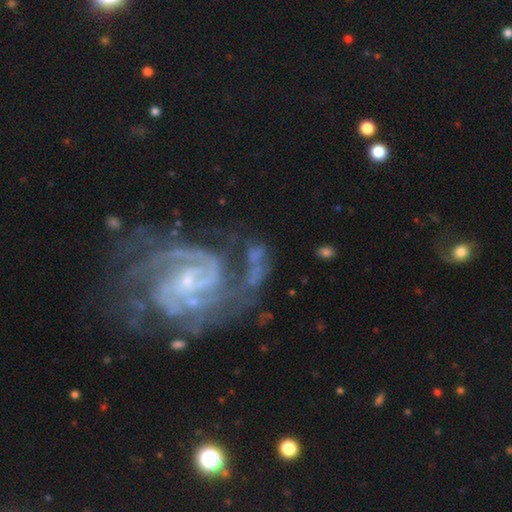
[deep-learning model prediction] Smooth or featured? featured or disk (80%)
Edge-on disk? no (97%)
Bar? no (44%)
Spiral arms? yes (92%)
Spiral winding? tight (51%)
Spiral arm count? 2 (44%)
Bulge size? small (68%)
Merging? none (41%)